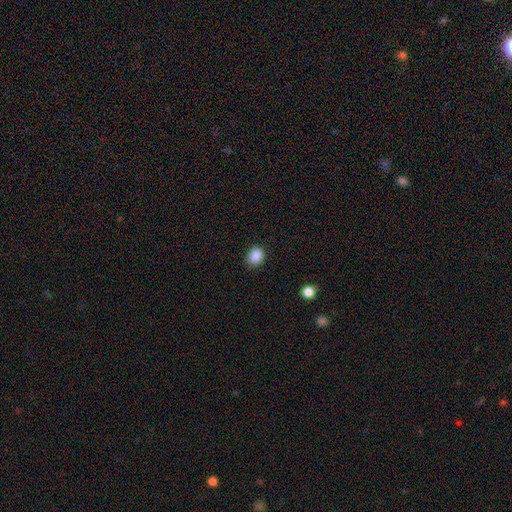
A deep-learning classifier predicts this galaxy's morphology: Smooth or featured? smooth (88%)
How rounded? round (64%)
Merging? none (88%)